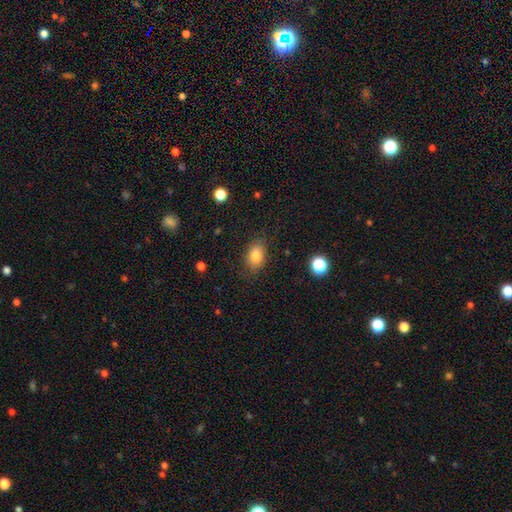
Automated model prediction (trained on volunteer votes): The model was most divided on "how rounded": in between: 77%, round: 22%, cigar-shaped: 1%. More confident: smooth or featured — smooth (82%); merging — none (80%).